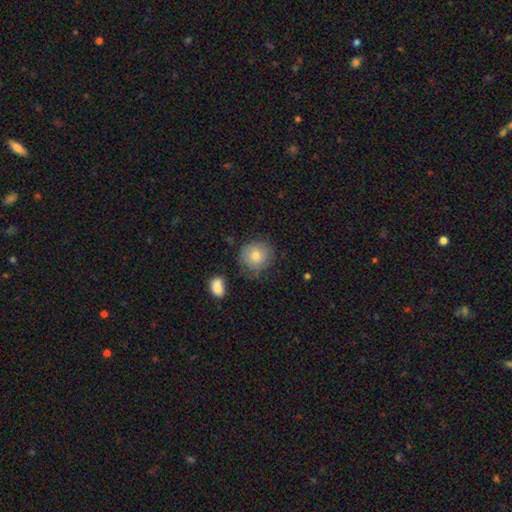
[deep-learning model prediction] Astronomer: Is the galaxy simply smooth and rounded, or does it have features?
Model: smooth — 76%.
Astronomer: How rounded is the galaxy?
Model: round — 89%.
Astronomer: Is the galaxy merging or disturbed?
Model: none — 76%.